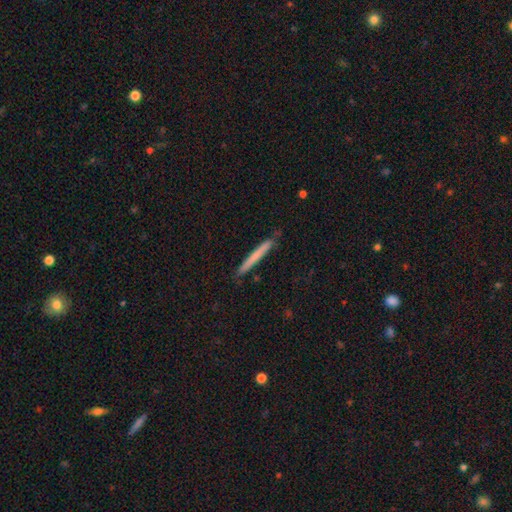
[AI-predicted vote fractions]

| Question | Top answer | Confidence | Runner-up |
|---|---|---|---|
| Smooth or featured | smooth | 65% | featured or disk (29%) |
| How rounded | cigar-shaped | 97% | in between (2%) |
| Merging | none | 87% | minor disturbance (10%) |